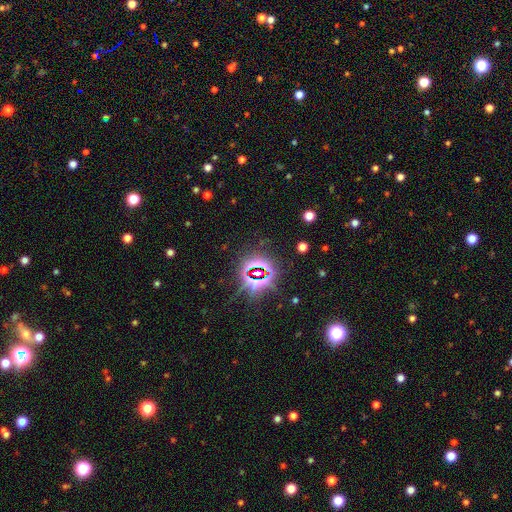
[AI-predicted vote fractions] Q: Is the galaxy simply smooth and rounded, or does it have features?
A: star or artifact — 85%.